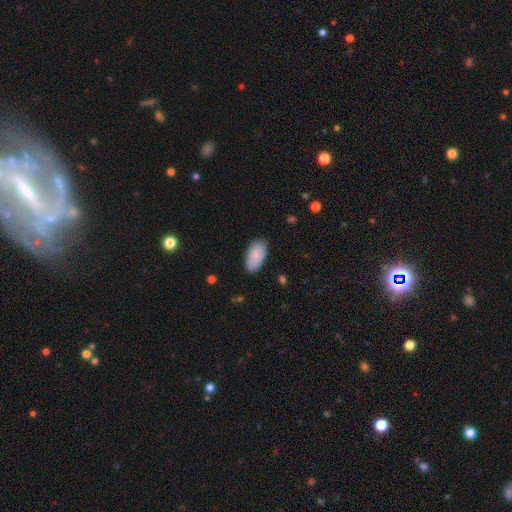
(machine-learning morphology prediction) Smooth or featured?
  - smooth: 83% *
  - featured or disk: 11%
  - star or artifact: 6%
How rounded?
  - in between: 95% *
  - round: 3%
  - cigar-shaped: 2%
Merging?
  - none: 82% *
  - minor disturbance: 14%
  - major disturbance: 3%
  - merger: 1%